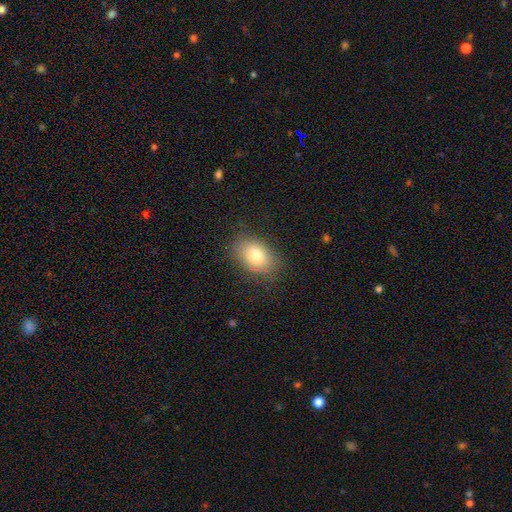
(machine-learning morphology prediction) Smooth or featured?
  - smooth: 78% *
  - featured or disk: 13%
  - star or artifact: 9%
How rounded?
  - in between: 79% *
  - round: 20%
  - cigar-shaped: 1%
Merging?
  - none: 81% *
  - minor disturbance: 14%
  - major disturbance: 4%
  - merger: 1%